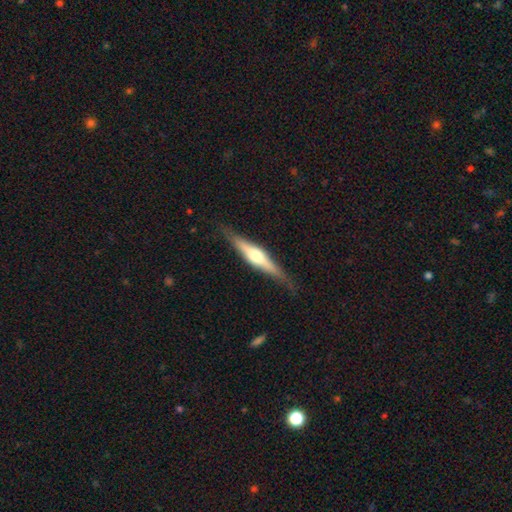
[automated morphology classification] featured or disk 69%, smooth 26%, star or artifact 5%. Down the decision tree: edge-on disk — yes (97%); edge-on bulge — rounded (87%); merging — none (84%).